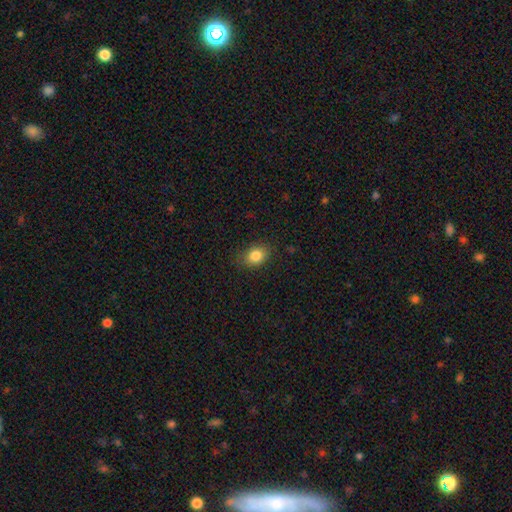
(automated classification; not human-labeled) Overall: smooth (84%). How rounded: in between (62%; round 37%). Merging: none (82%).